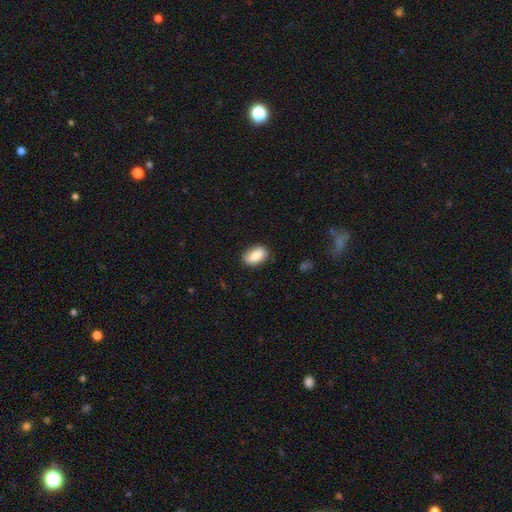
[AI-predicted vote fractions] smooth_or_featured: smooth (p=0.80) [alt: featured or disk p=0.13]
how_rounded: in between (p=0.90) [alt: round p=0.08]
merging: none (p=0.80) [alt: minor disturbance p=0.15]